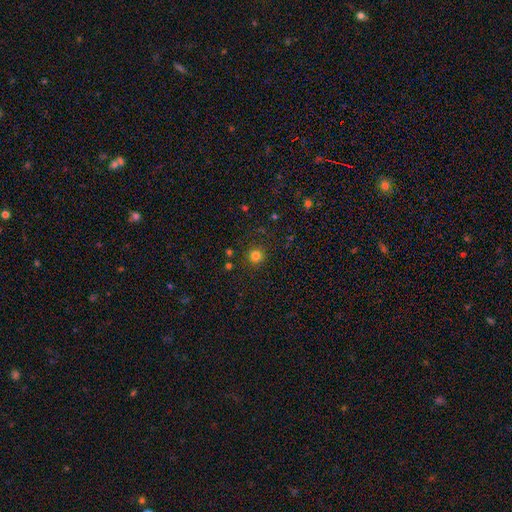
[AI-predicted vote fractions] Morphology: type=smooth (80%); roundness=round (93%); merging=none (89%).